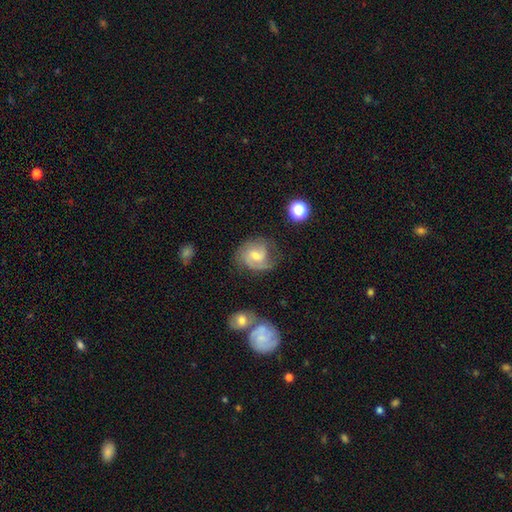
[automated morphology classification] Smooth or featured?
  - featured or disk: 73% *
  - smooth: 20%
  - star or artifact: 7%
Edge-on disk?
  - no: 98% *
  - yes: 2%
Bar?
  - weak: 51% *
  - no: 40%
  - strong: 9%
Spiral arms?
  - yes: 94% *
  - no: 6%
Spiral winding?
  - medium: 47% *
  - tight: 36%
  - loose: 17%
Spiral arm count?
  - 2: 56% *
  - can't tell: 15%
  - 3: 15%
  - 1: 10%
  - 4: 2%
  - more than 4: 2%
Bulge size?
  - moderate: 50% *
  - small: 41%
  - none: 5%
  - large: 3%
  - dominant: 1%
Merging?
  - none: 62% *
  - minor disturbance: 23%
  - major disturbance: 12%
  - merger: 3%